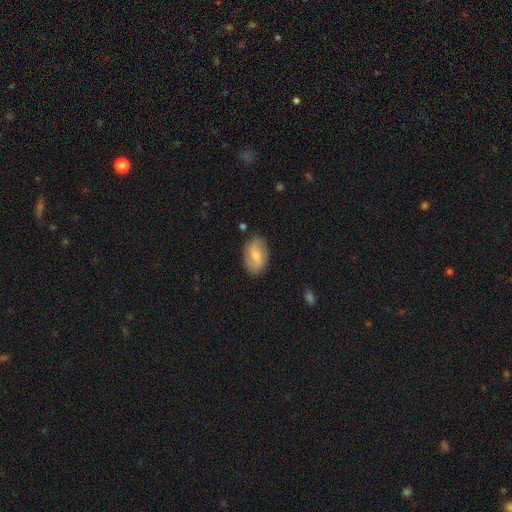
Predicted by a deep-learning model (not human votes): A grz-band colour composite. It shows a smooth galaxy with no disk features (49%). Merging: none (81%).